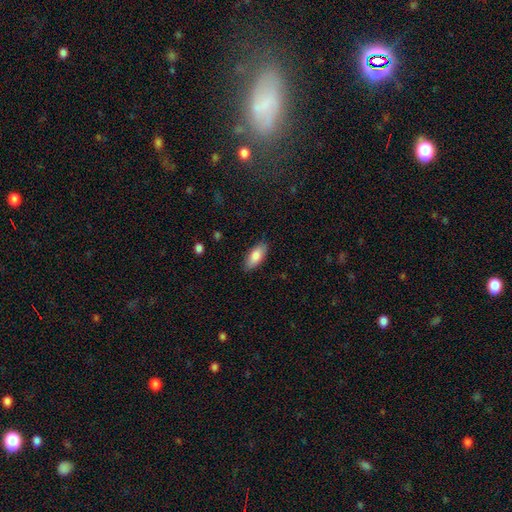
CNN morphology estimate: smooth_or_featured: smooth (p=0.83) [alt: featured or disk p=0.11]
how_rounded: in between (p=0.85) [alt: cigar-shaped p=0.12]
merging: none (p=0.86) [alt: minor disturbance p=0.11]